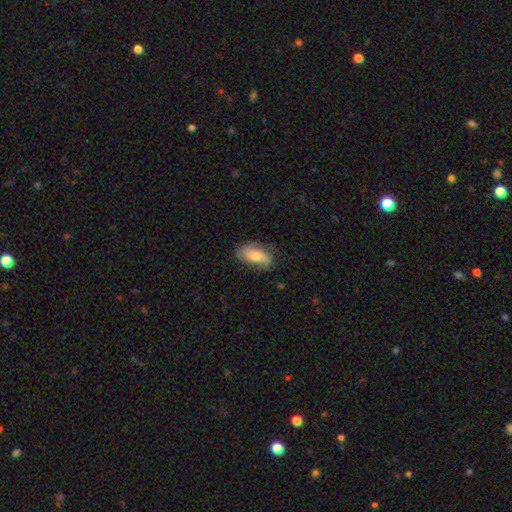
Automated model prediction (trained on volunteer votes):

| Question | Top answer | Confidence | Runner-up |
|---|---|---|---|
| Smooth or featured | smooth | 53% | featured or disk (40%) |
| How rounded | in between | 88% | cigar-shaped (8%) |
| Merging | none | 66% | minor disturbance (24%) |